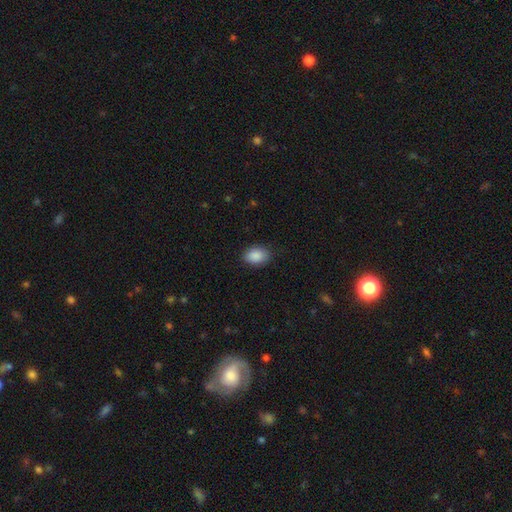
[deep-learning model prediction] Overall: smooth (89%). How rounded: in between (81%). Merging: none (86%).